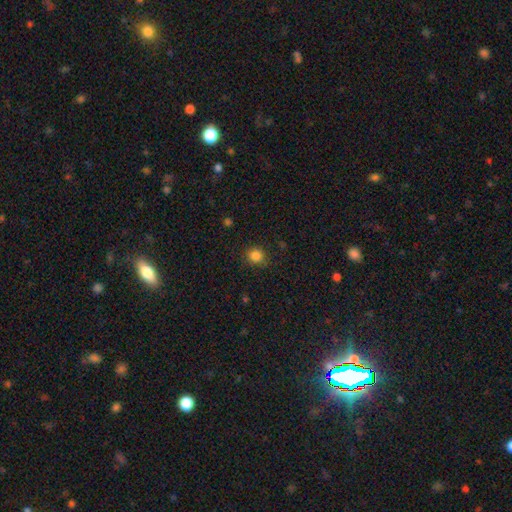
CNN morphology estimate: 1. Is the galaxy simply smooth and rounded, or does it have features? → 85% smooth, 11% star or artifact, 4% featured or disk.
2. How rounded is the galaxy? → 87% round, 12% in between, 1% cigar-shaped.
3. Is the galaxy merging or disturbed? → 85% none, 10% minor disturbance, 3% major disturbance, 1% merger.